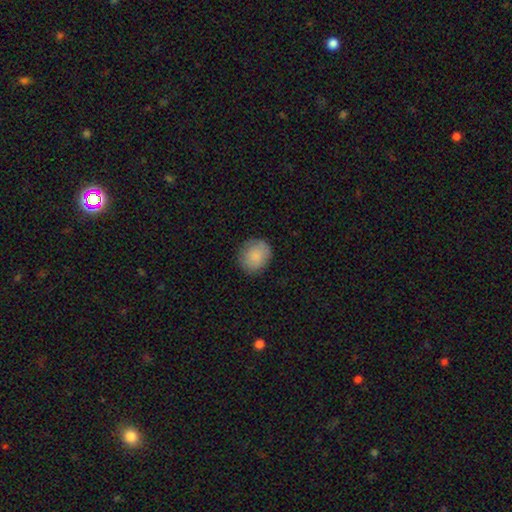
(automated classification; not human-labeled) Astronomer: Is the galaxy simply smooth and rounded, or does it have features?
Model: smooth — 85%.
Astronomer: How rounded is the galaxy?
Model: round — 80%.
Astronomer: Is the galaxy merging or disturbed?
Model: none — 82%.